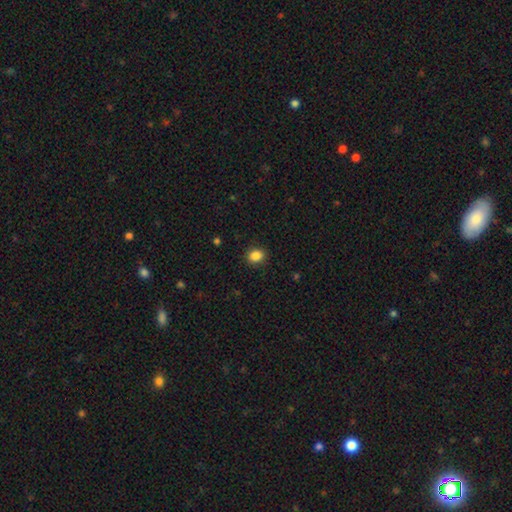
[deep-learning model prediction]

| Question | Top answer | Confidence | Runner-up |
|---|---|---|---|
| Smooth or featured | smooth | 86% | star or artifact (10%) |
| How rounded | round | 58% | in between (41%) |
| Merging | none | 89% | minor disturbance (7%) |